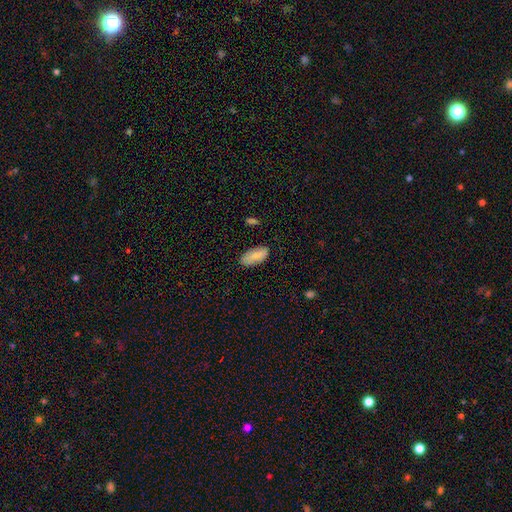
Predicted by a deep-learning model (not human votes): Q: Smooth or featured?
A: smooth (86%); runner-up: featured or disk (8%)
Q: How rounded?
A: in between (86%); runner-up: cigar-shaped (12%)
Q: Merging?
A: none (80%); runner-up: minor disturbance (15%)